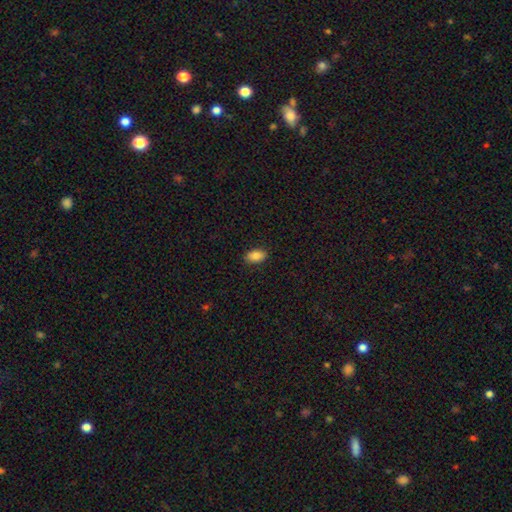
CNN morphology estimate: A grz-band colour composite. It shows a smooth galaxy with no disk features (86%) that is in between round and cigar-shaped (92%). Merging: none (88%).